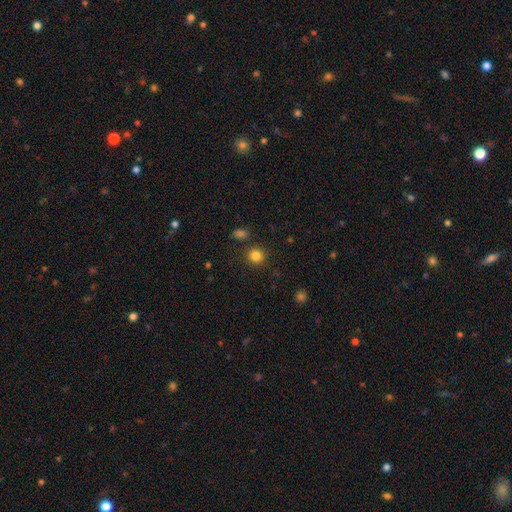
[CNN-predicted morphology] type=smooth (83%); roundness=round (92%); merging=none (88%).